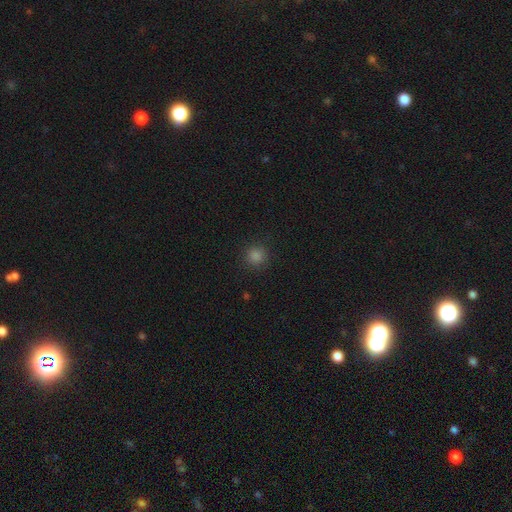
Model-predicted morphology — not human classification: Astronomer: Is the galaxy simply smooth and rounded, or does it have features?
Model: smooth — 80%.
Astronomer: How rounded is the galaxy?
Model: round — 95%.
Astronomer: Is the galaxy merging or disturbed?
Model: none — 91%.